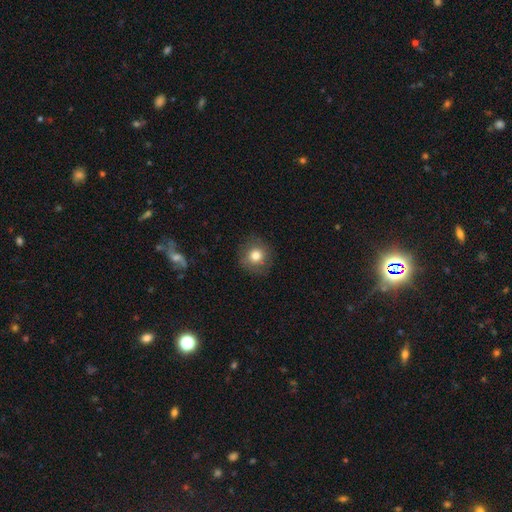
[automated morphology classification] Smooth or featured? Predicted: smooth (p=0.79). How rounded? Predicted: round (p=0.91). Merging? Predicted: none (p=0.86).